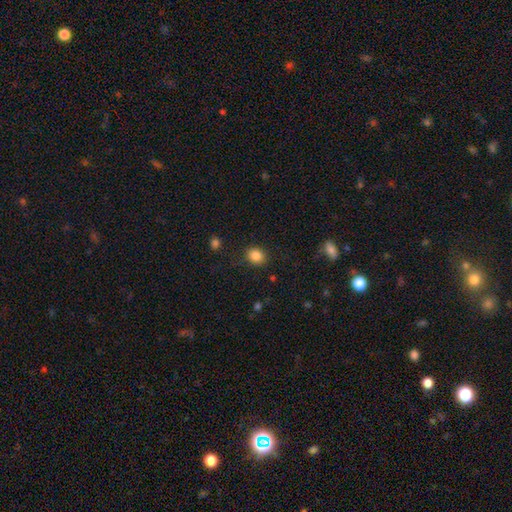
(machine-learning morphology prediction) Smooth or featured: smooth — 85% (star or artifact — 10%)
How rounded: round — 67% (in between — 32%)
Merging: none — 85% (minor disturbance — 10%)